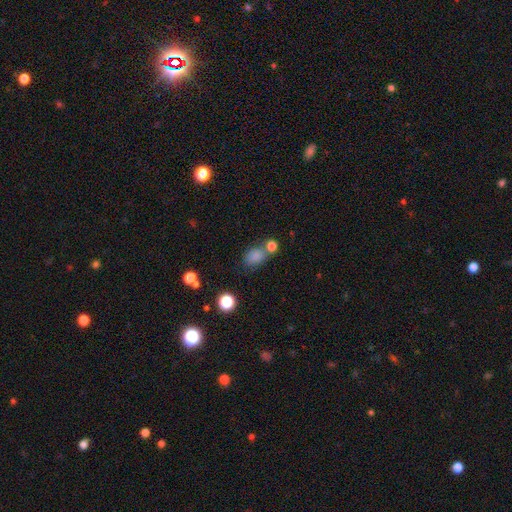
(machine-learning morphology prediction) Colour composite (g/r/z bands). It shows a smooth galaxy with no disk features (80%) that is in between round and cigar-shaped (71%). Merging: none (55%).